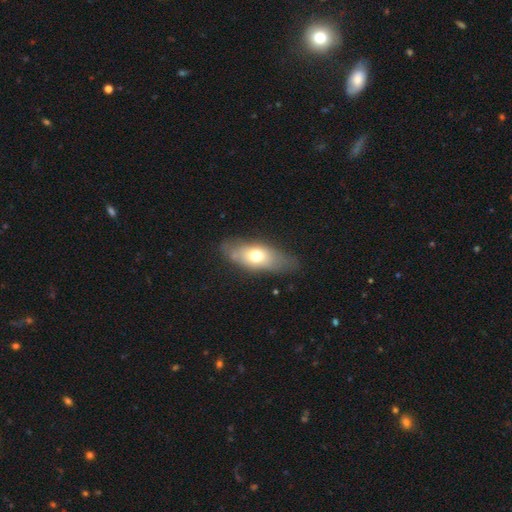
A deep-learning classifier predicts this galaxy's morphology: A smooth galaxy with no disk features (63%) that is in between round and cigar-shaped (81%).

Vote fractions:
- Smooth or featured? smooth: 63% / featured or disk: 30% / star or artifact: 8%
- How rounded? in between: 81% / cigar-shaped: 14% / round: 6%
- Merging? none: 70% / minor disturbance: 22% / major disturbance: 7% / merger: 2%